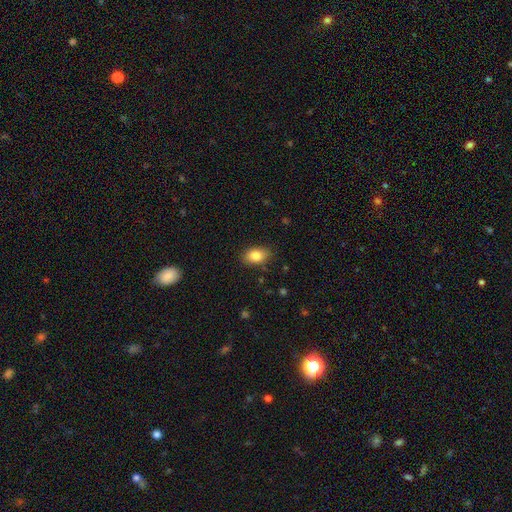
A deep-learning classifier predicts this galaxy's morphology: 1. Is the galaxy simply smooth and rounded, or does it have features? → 84% smooth, 8% star or artifact, 8% featured or disk.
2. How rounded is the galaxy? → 84% in between, 14% round, 2% cigar-shaped.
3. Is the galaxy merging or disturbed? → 85% none, 11% minor disturbance, 3% major disturbance, 1% merger.